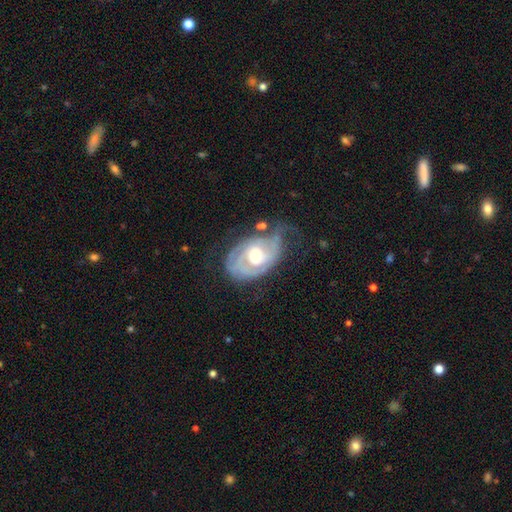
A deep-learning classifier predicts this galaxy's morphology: Overall: featured or disk (81%). Edge-on disk: no (96%). Bar: no (60%; weak 33%). Spiral arms: yes (89%). Spiral arm count: 2 (42%; can't tell 31%). Spiral winding: tight (59%; medium 30%). Bulge size: moderate (71%). Merging: none (41%; minor disturbance 31%).